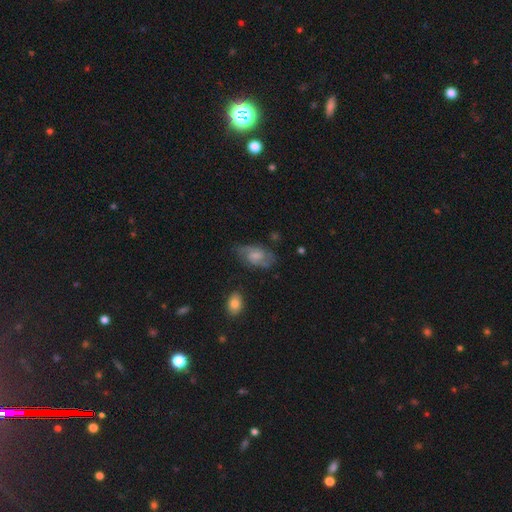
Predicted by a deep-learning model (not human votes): Overall: featured or disk (68%). Edge-on disk: no (96%). Bar: weak (52%; no 37%). Spiral arms: yes (90%). Spiral arm count: 2 (84%). Spiral winding: medium (52%; loose 25%). Bulge size: small (43%; moderate 28%). Merging: none (69%).